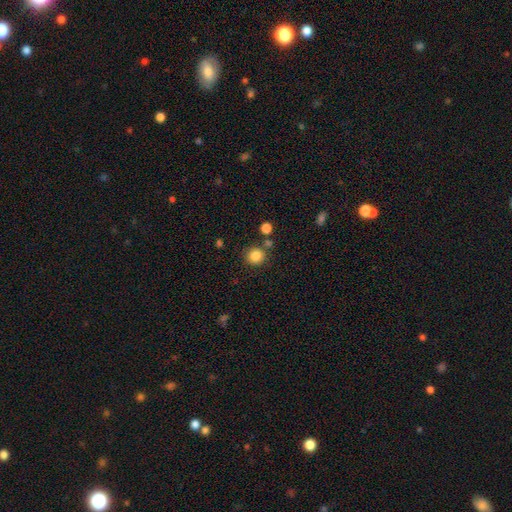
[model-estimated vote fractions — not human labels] smooth 85%, star or artifact 11%, featured or disk 4%. Down the decision tree: how rounded — round (90%); merging — none (79%).